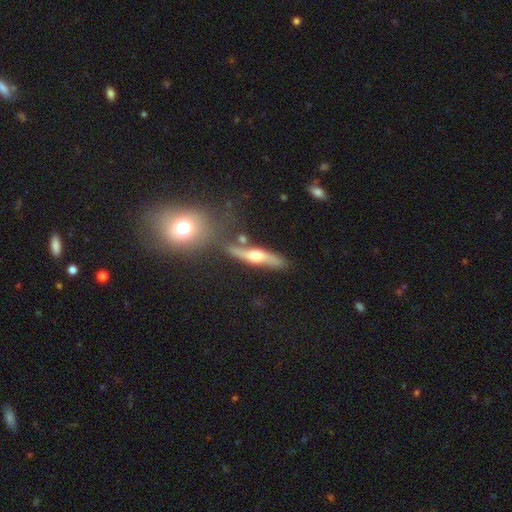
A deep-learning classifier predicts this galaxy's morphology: Smooth or featured?
  - featured or disk: 63% *
  - smooth: 30%
  - star or artifact: 7%
Edge-on disk?
  - yes: 72% *
  - no: 28%
Merging?
  - none: 67% *
  - minor disturbance: 17%
  - merger: 11%
  - major disturbance: 6%